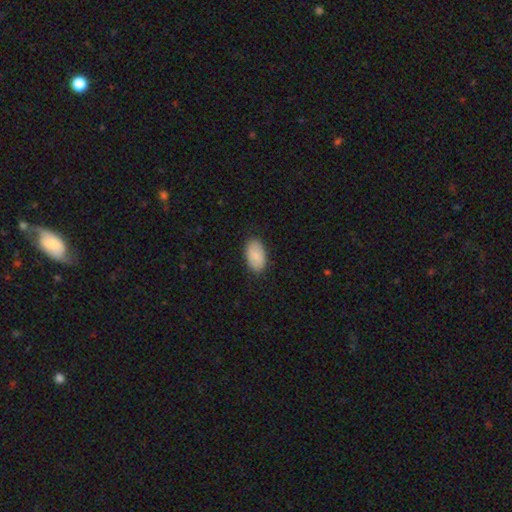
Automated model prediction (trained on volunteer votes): Smooth or featured?
  - smooth: 86% *
  - featured or disk: 8%
  - star or artifact: 6%
How rounded?
  - in between: 95% *
  - round: 4%
  - cigar-shaped: 1%
Merging?
  - none: 86% *
  - minor disturbance: 10%
  - major disturbance: 2%
  - merger: 1%